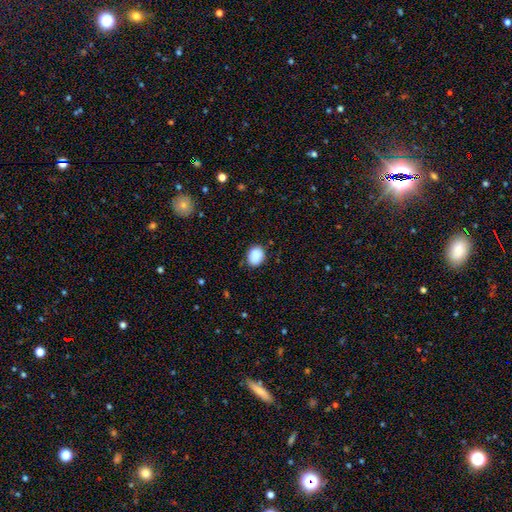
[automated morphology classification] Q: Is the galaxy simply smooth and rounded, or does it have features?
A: smooth — 89%.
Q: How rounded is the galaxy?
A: round — 58%.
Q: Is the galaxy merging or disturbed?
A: none — 84%.